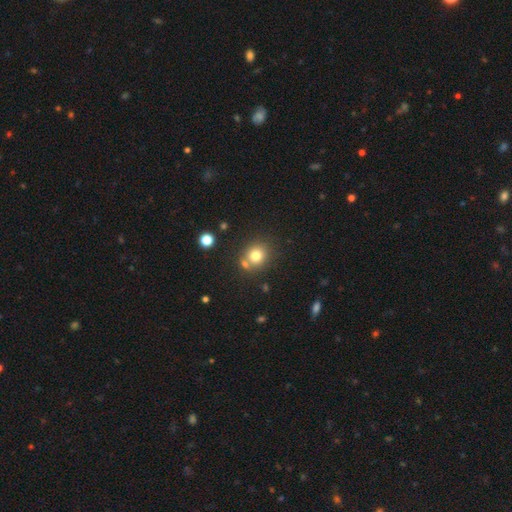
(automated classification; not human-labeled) smooth_or_featured: smooth (p=0.77) [alt: star or artifact p=0.13]
how_rounded: round (p=0.77) [alt: in between p=0.22]
merging: none (p=0.65) [alt: merger p=0.21]